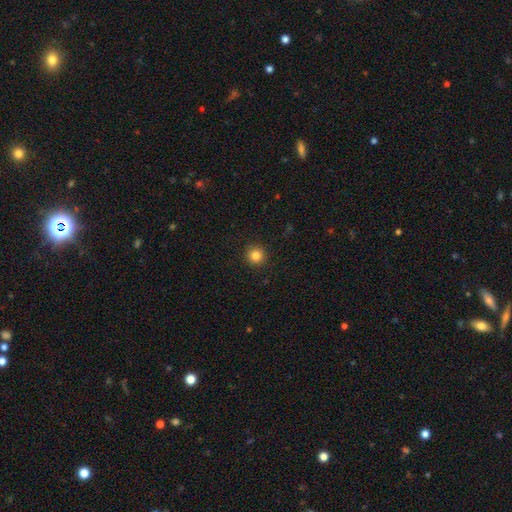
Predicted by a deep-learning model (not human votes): Smooth or featured? Predicted: smooth (p=0.84). How rounded? Predicted: round (p=0.95). Merging? Predicted: none (p=0.92).